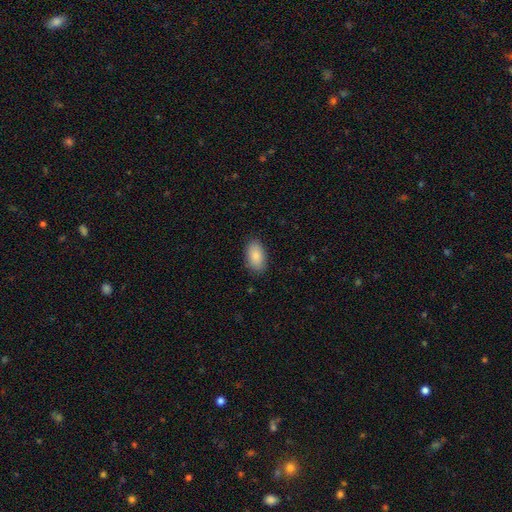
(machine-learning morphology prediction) Overall: smooth (87%). How rounded: in between (94%). Merging: none (86%).